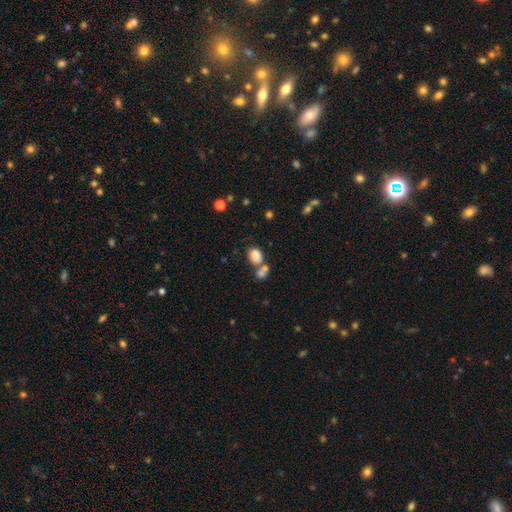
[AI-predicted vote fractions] Smooth or featured? smooth (82%)
How rounded? in between (61%)
Merging? merger (46%)